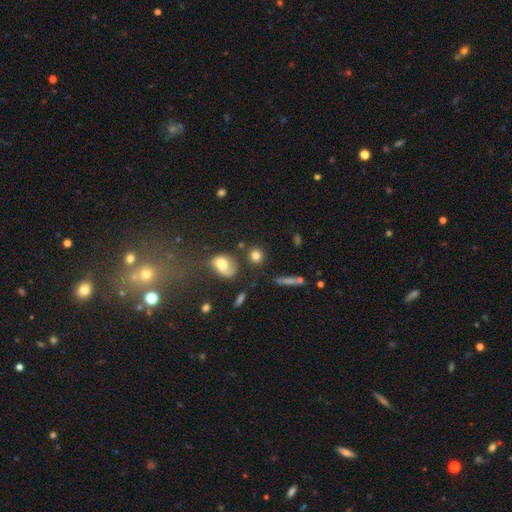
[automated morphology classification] Smooth or featured? smooth (78%)
How rounded? round (79%)
Merging? none (72%)